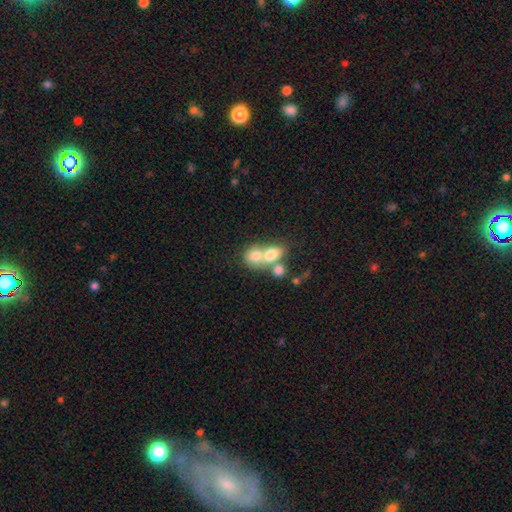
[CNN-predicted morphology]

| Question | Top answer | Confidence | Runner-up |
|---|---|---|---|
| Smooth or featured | smooth | 70% | featured or disk (20%) |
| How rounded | round | 54% | in between (44%) |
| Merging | merger | 68% | none (21%) |